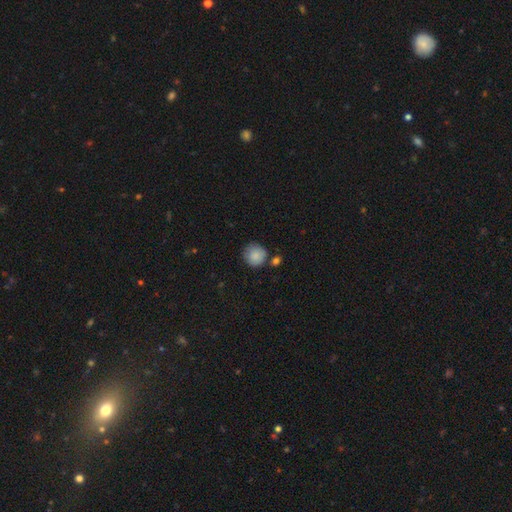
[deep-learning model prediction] A smooth galaxy with no disk features (86%) that is round (93%).

Vote fractions:
- Smooth or featured? smooth: 86% / star or artifact: 7% / featured or disk: 6%
- How rounded? round: 93% / in between: 7% / cigar-shaped: 1%
- Merging? none: 74% / minor disturbance: 15% / merger: 8% / major disturbance: 4%